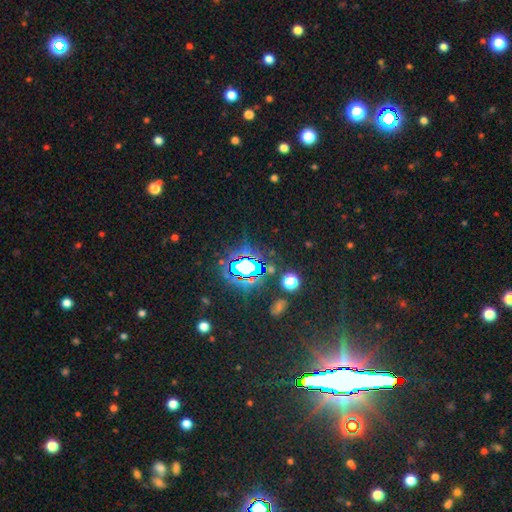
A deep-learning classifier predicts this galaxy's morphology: This is clearly a star or artifact rather than a galaxy (83%).